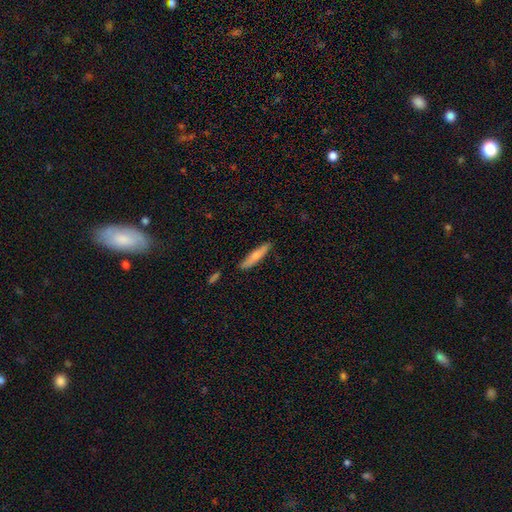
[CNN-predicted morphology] Overall: smooth (66%; featured or disk 28%). How rounded: cigar-shaped (85%). Merging: none (84%).